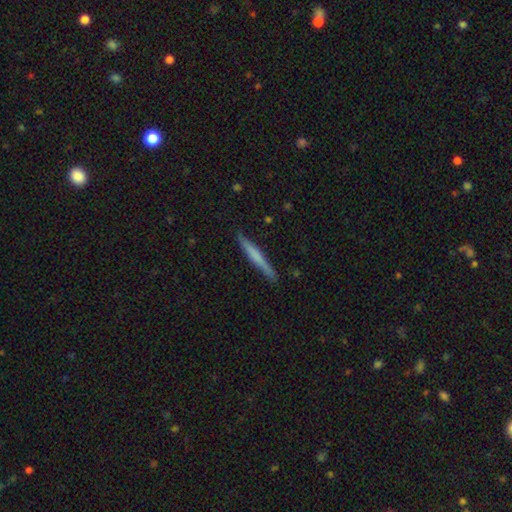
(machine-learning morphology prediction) Overall: smooth (54%; featured or disk 40%). How rounded: cigar-shaped (96%). Merging: none (89%).